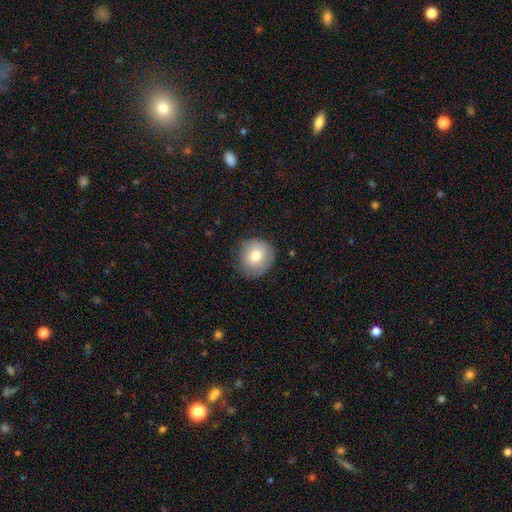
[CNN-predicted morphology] The model was most divided on "merging": none: 78%, minor disturbance: 16%, major disturbance: 4%, merger: 1%. More confident: how rounded — round (87%); smooth or featured — smooth (77%).